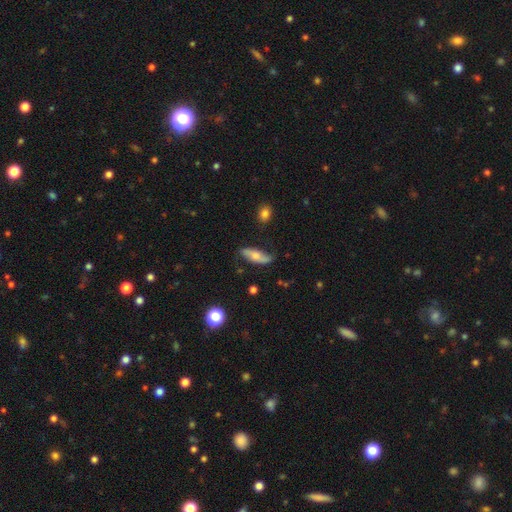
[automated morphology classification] The model was most divided on "smooth or featured": smooth: 49%, featured or disk: 44%, star or artifact: 7%. More confident: merging — none (71%).